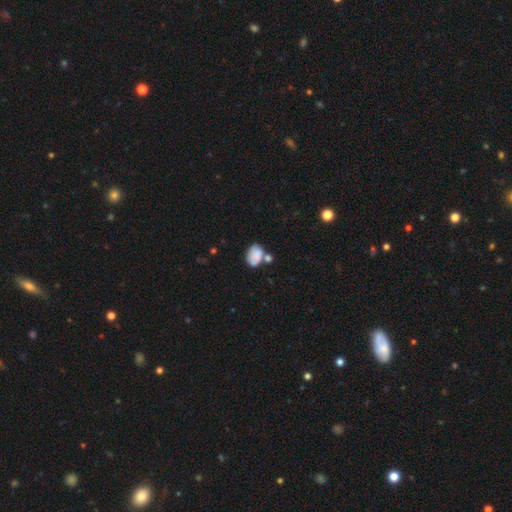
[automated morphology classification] smooth 77%, featured or disk 15%, star or artifact 8%. Down the decision tree: how rounded — in between (78%); merging — none (42%).